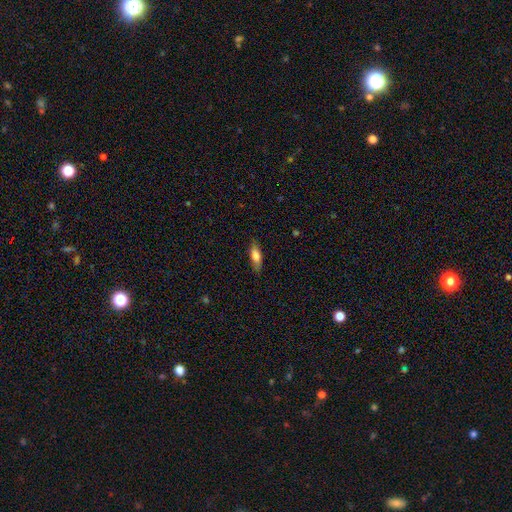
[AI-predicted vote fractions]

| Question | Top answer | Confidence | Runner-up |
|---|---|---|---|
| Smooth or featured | smooth | 74% | featured or disk (19%) |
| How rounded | in between | 58% | cigar-shaped (39%) |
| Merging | none | 80% | minor disturbance (16%) |